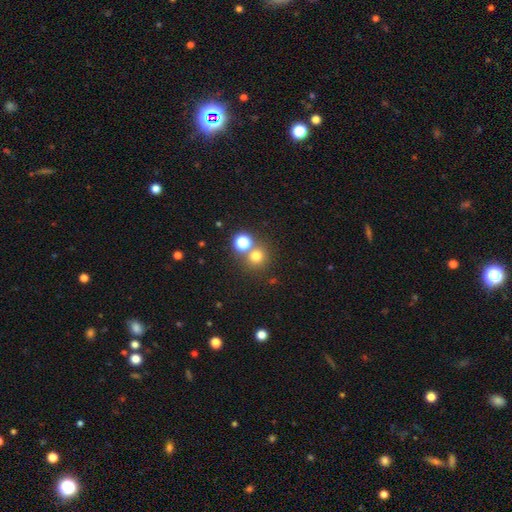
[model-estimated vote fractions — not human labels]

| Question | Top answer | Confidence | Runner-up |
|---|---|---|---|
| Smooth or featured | smooth | 72% | star or artifact (21%) |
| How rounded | round | 92% | in between (7%) |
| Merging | none | 68% | merger (22%) |